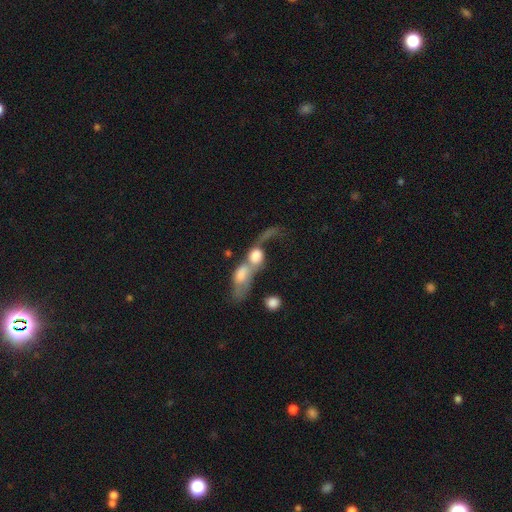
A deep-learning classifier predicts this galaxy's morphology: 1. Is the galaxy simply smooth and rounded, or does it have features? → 55% smooth, 35% featured or disk, 10% star or artifact.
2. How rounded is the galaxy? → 57% in between, 34% round, 10% cigar-shaped.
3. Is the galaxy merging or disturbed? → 76% merger, 12% major disturbance, 8% none, 4% minor disturbance.